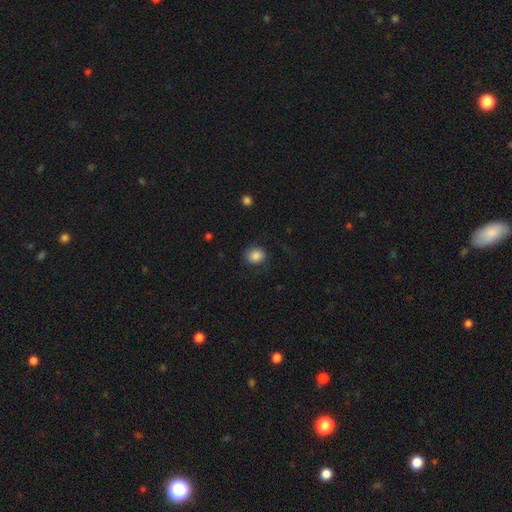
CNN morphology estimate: This is clearly a smooth galaxy (85%). How rounded: likely round (65%). Merging: likely none (77%).